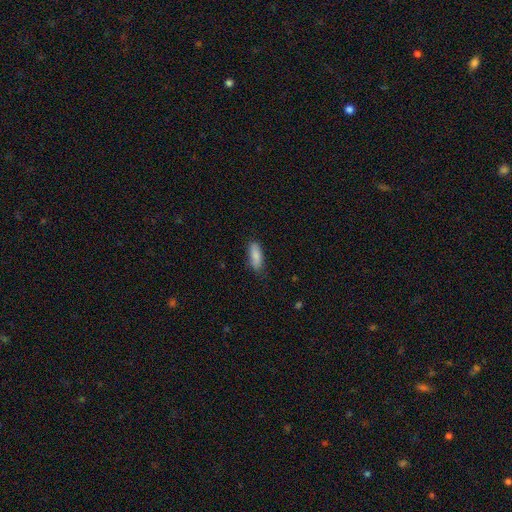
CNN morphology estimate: This appears to be a smooth galaxy with no disk features (85%) that is in between round and cigar-shaped (70%). Merging: none (79%).